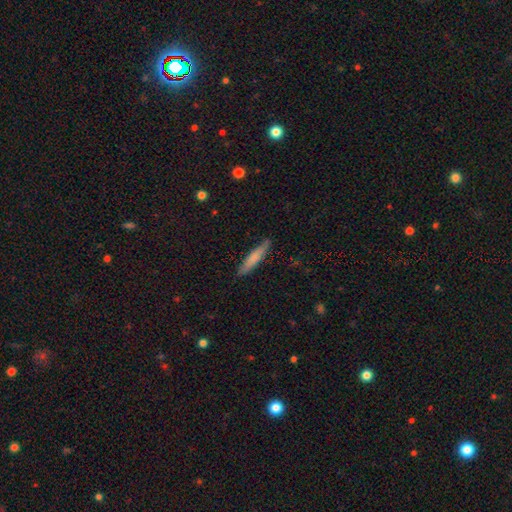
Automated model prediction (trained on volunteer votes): Overall: smooth (74%). How rounded: cigar-shaped (90%). Merging: none (87%).